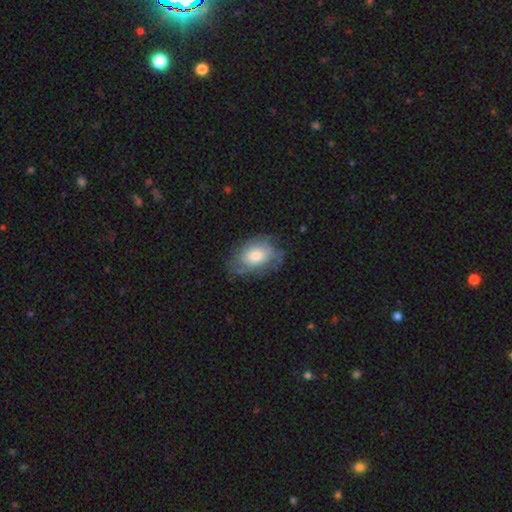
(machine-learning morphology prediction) A smooth galaxy with no disk features (54%) that is in between round and cigar-shaped (83%).

Vote fractions:
- Smooth or featured? smooth: 54% / featured or disk: 39% / star or artifact: 7%
- How rounded? in between: 83% / round: 15% / cigar-shaped: 2%
- Merging? none: 58% / minor disturbance: 27% / major disturbance: 13% / merger: 1%